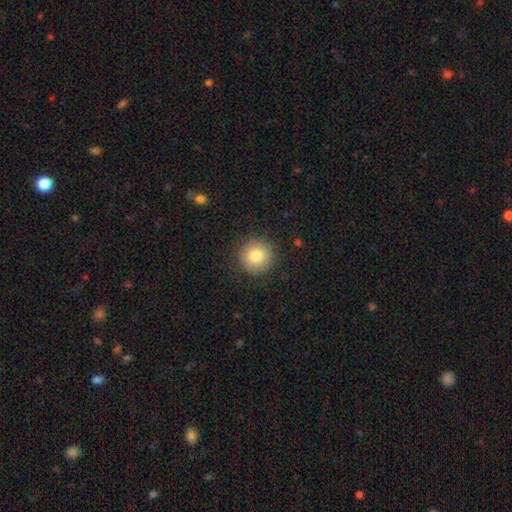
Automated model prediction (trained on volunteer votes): Q: Smooth or featured?
A: smooth (82%); runner-up: star or artifact (10%)
Q: How rounded?
A: round (95%); runner-up: in between (4%)
Q: Merging?
A: none (89%); runner-up: minor disturbance (8%)